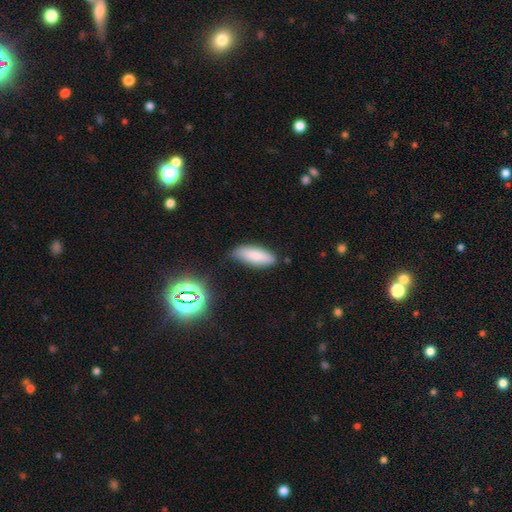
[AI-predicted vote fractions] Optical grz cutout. It shows a smooth galaxy with no disk features (83%) that is in between round and cigar-shaped (67%). Merging: none (77%).